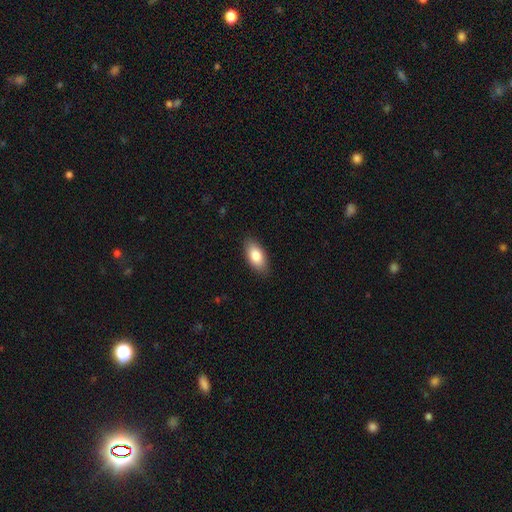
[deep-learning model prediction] Smooth or featured? smooth (83%)
How rounded? in between (91%)
Merging? none (88%)